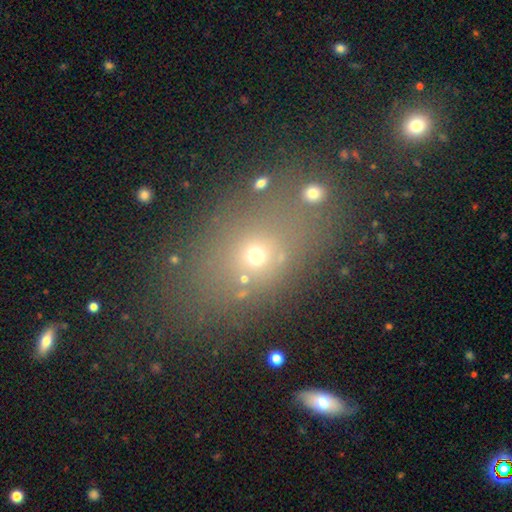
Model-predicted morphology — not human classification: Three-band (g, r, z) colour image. It shows a smooth galaxy with no disk features (56%) that is in between round and cigar-shaped (66%). Merging: none (72%).